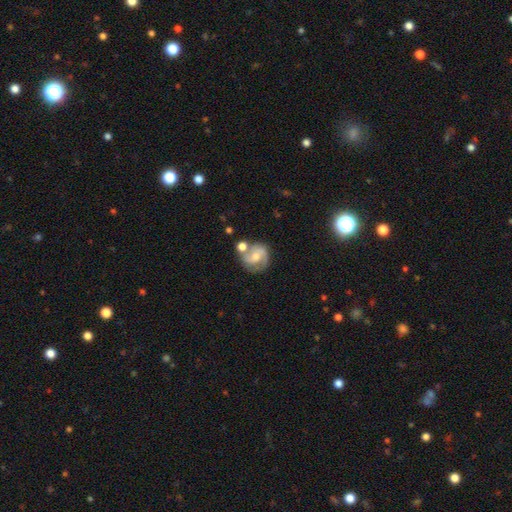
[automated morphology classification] Smooth or featured?
  - featured or disk: 72% *
  - smooth: 21%
  - star or artifact: 7%
Edge-on disk?
  - no: 98% *
  - yes: 2%
Bar?
  - no: 45% *
  - weak: 42%
  - strong: 12%
Spiral arms?
  - yes: 92% *
  - no: 8%
Spiral winding?
  - medium: 52% *
  - tight: 29%
  - loose: 20%
Spiral arm count?
  - 2: 79% *
  - can't tell: 8%
  - 3: 7%
  - 1: 3%
  - 4: 1%
  - more than 4: 1%
Bulge size?
  - moderate: 52% *
  - small: 37%
  - none: 5%
  - large: 4%
  - dominant: 1%
Merging?
  - none: 57% *
  - merger: 20%
  - minor disturbance: 16%
  - major disturbance: 6%